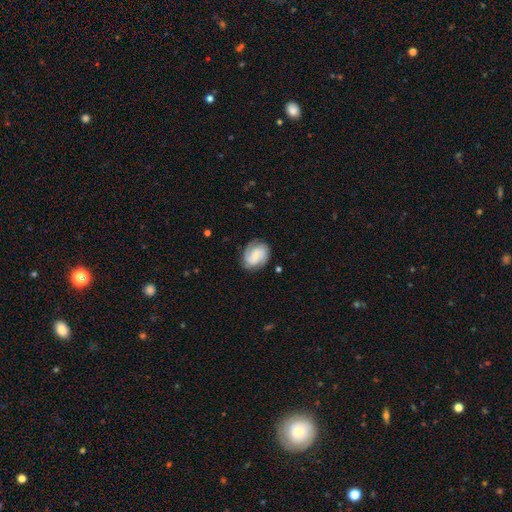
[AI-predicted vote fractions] This is likely a featured or disk galaxy (70%). It is clearly not viewed edge-on (98%). Bar: possibly no (50%). Spiral arm pattern: clearly yes (94%). Spiral arm count: possibly 2 (48%). Spiral winding: marginally medium (43%). Central bulge: possibly small (59%). Merging: likely none (78%).